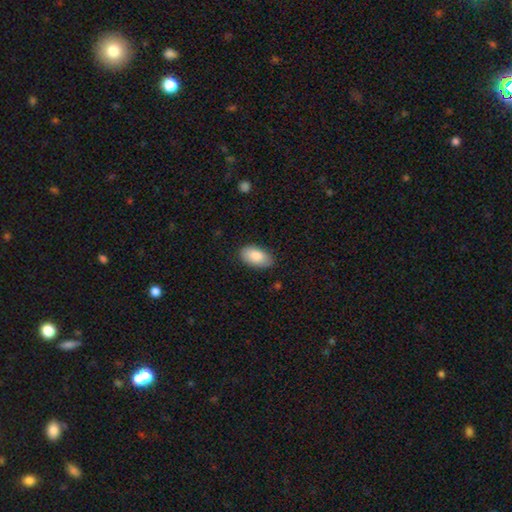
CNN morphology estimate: The model was most divided on "merging": none: 80%, minor disturbance: 16%, major disturbance: 3%, merger: 1%. More confident: how rounded — in between (95%); smooth or featured — smooth (86%).